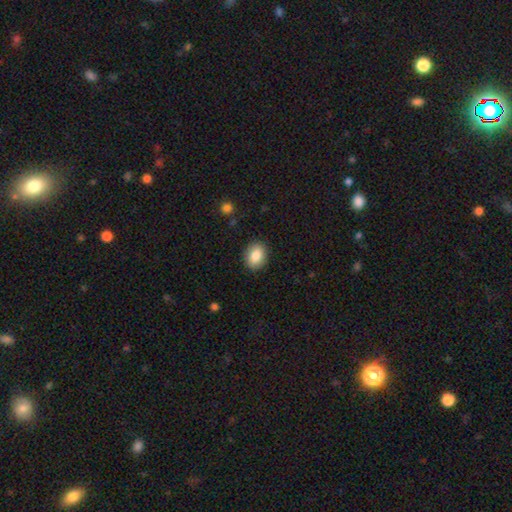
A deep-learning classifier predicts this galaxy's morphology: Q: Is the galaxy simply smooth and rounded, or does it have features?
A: smooth — 86%.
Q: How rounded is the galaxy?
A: in between — 70%.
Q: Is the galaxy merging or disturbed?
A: none — 88%.